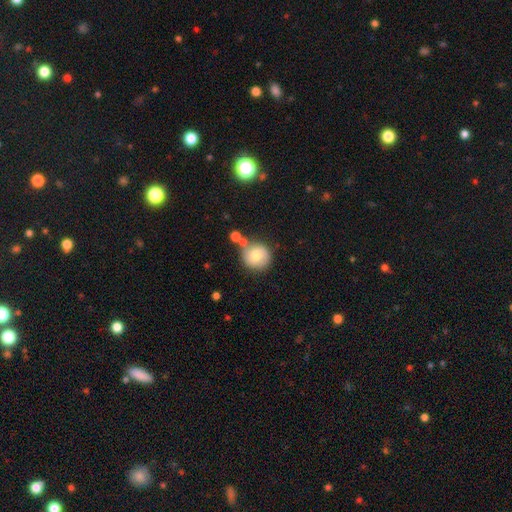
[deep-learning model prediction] smooth_or_featured: smooth (p=0.73) [alt: featured or disk p=0.19]
how_rounded: round (p=0.92) [alt: in between p=0.07]
merging: none (p=0.67) [alt: merger p=0.14]